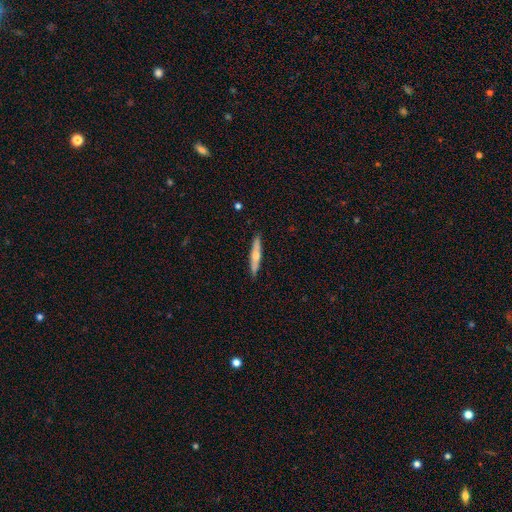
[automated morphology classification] smooth-or-featured: featured or disk: 53% | smooth: 41% | star or artifact: 6%
  disk-edge-on: yes: 92% | no: 8%
  merging: none: 90% | minor disturbance: 7% | major disturbance: 1% | merger: 1%